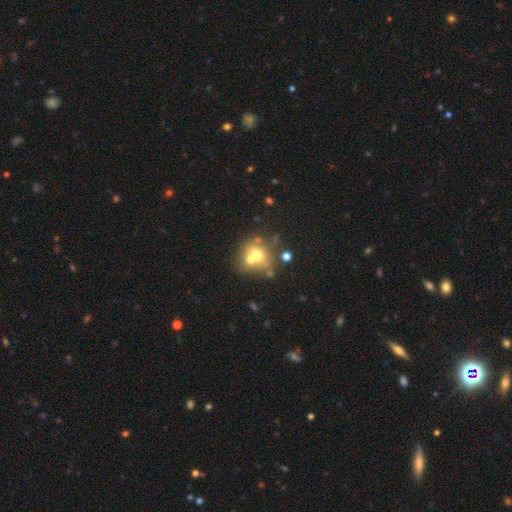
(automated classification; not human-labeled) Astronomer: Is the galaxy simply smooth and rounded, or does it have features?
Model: smooth — 60%.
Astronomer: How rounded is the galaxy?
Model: round — 75%.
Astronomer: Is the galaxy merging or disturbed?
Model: merger — 49% (runner-up: none, 37%).